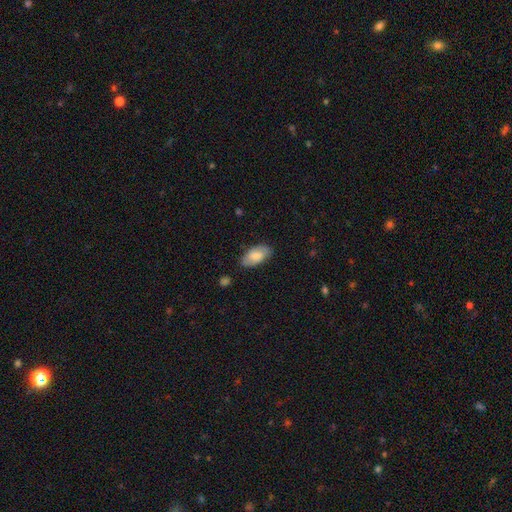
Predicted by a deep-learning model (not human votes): Q: Smooth or featured?
A: smooth (76%); runner-up: featured or disk (18%)
Q: How rounded?
A: in between (93%); runner-up: cigar-shaped (4%)
Q: Merging?
A: none (78%); runner-up: minor disturbance (17%)